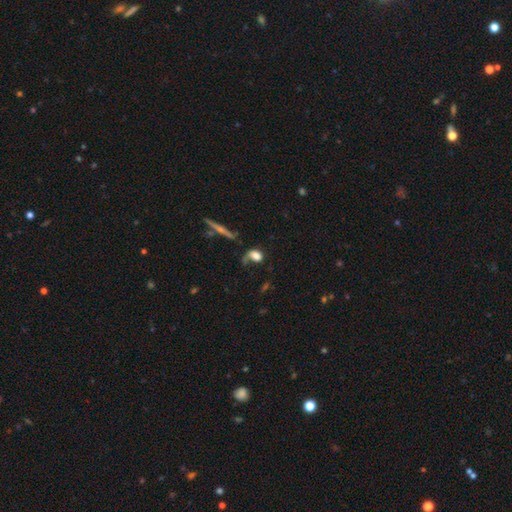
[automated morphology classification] Overall: smooth (63%; featured or disk 27%). How rounded: in between (69%). Merging: major disturbance (36%; none 35%).